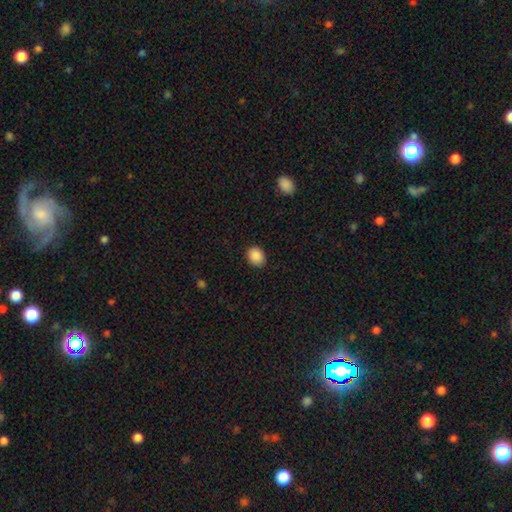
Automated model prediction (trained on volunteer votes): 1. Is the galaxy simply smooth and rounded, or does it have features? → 89% smooth, 8% star or artifact, 3% featured or disk.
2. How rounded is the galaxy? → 53% in between, 46% round, 1% cigar-shaped.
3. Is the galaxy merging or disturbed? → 87% none, 10% minor disturbance, 2% major disturbance, 1% merger.